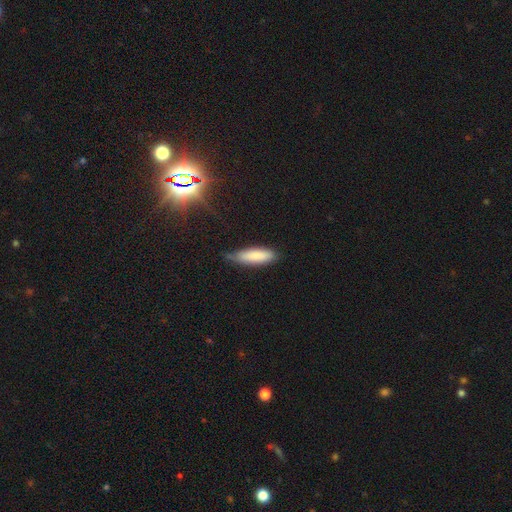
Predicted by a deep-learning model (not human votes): smooth-or-featured: smooth: 84% | featured or disk: 10% | star or artifact: 6%
  how-rounded: cigar-shaped: 55% | in between: 43% | round: 2%
  merging: none: 67% | minor disturbance: 27% | major disturbance: 4% | merger: 2%